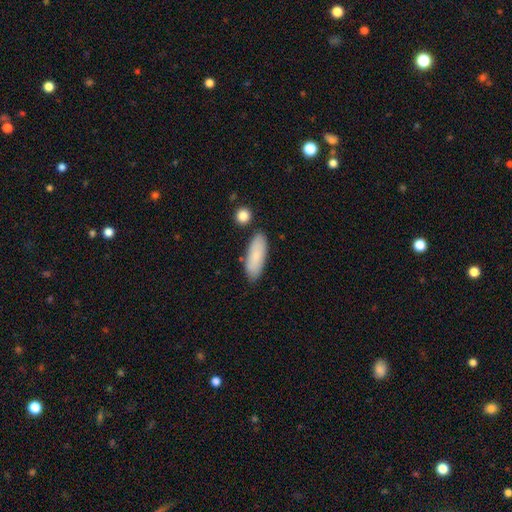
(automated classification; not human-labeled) Smooth or featured: smooth — 82% (featured or disk — 12%)
How rounded: in between — 65% (cigar-shaped — 33%)
Merging: none — 81% (minor disturbance — 12%)